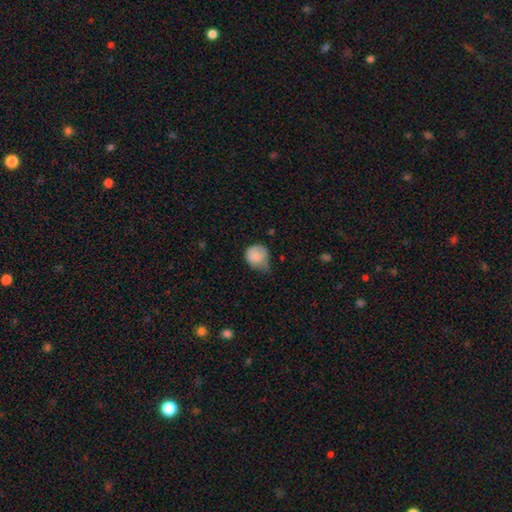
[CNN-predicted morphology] Smooth or featured? smooth (83%)
How rounded? round (77%)
Merging? minor disturbance (49%)